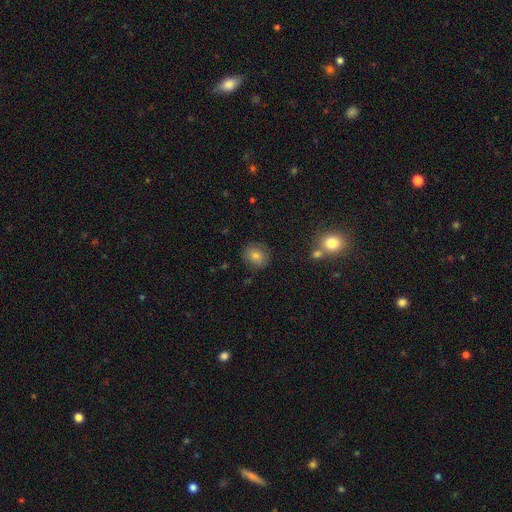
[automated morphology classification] smooth 74%, featured or disk 13%, star or artifact 13%. Down the decision tree: how rounded — round (81%); merging — none (85%).